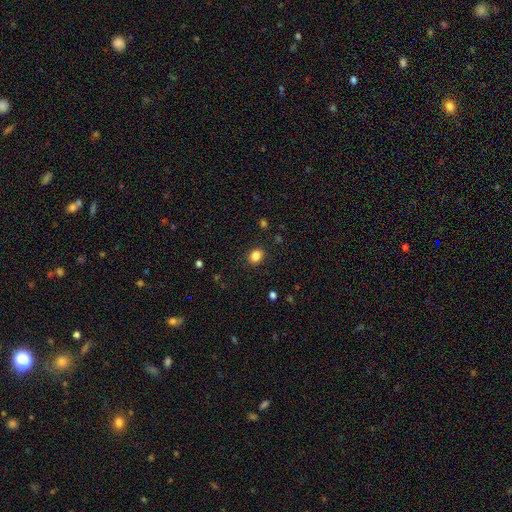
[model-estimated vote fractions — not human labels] Smooth or featured: smooth — 85% (star or artifact — 11%)
How rounded: round — 61% (in between — 38%)
Merging: none — 89% (minor disturbance — 7%)